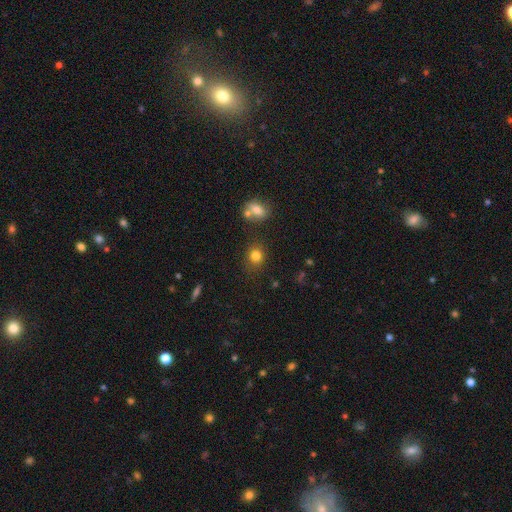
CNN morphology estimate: Smooth or featured: smooth — 81% (star or artifact — 13%)
How rounded: round — 74% (in between — 25%)
Merging: none — 78% (minor disturbance — 12%)